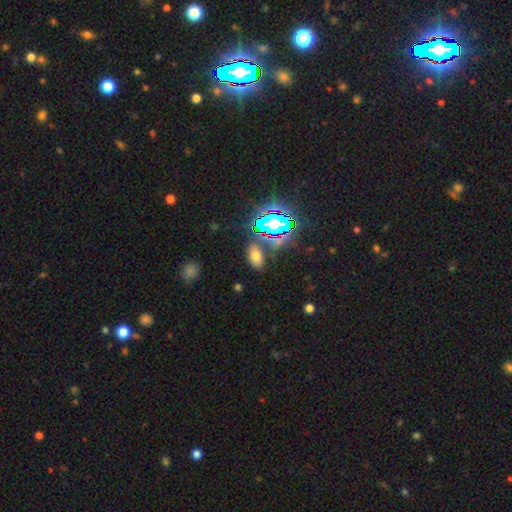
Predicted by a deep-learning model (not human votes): A smooth galaxy with no disk features (59%) that is in between round and cigar-shaped (90%).

Vote fractions:
- Smooth or featured? smooth: 59% / star or artifact: 30% / featured or disk: 11%
- How rounded? in between: 90% / round: 7% / cigar-shaped: 3%
- Merging? none: 76% / minor disturbance: 13% / merger: 7% / major disturbance: 5%